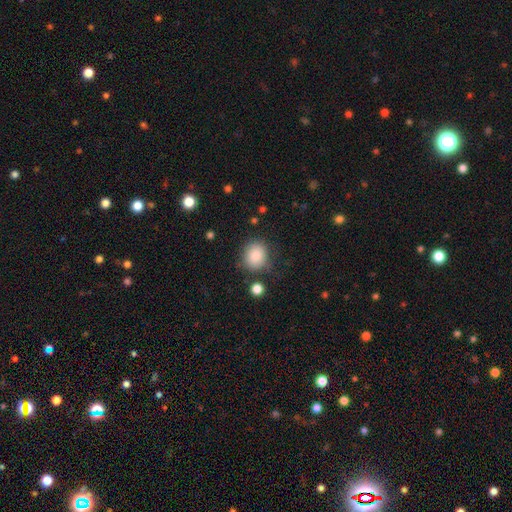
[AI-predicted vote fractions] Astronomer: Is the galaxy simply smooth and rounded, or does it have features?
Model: smooth — 86%.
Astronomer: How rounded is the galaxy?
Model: round — 73%.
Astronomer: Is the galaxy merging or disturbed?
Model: none — 77%.